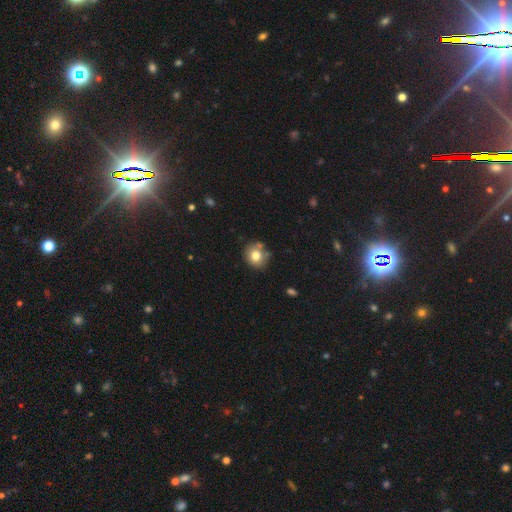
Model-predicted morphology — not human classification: smooth_or_featured: smooth (p=0.78) [alt: featured or disk p=0.12]
how_rounded: round (p=0.79) [alt: in between p=0.20]
merging: none (p=0.71) [alt: minor disturbance p=0.16]